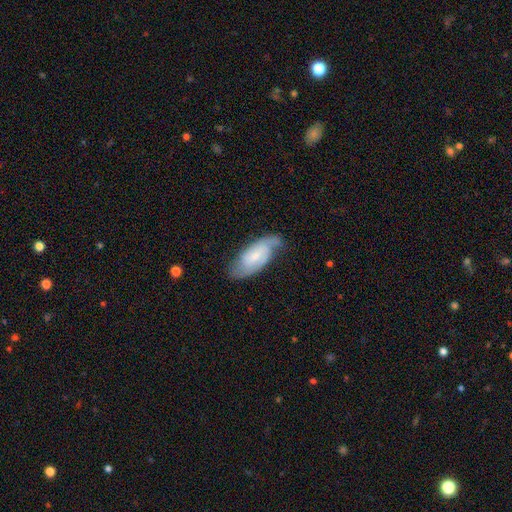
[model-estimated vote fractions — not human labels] A featured or disk galaxy (68%) with no bar (47%), 2 (71%) medium (45%) spiral arms (92%) and a small central bulge (57%).

Vote fractions:
- Smooth or featured? featured or disk: 68% / smooth: 26% / star or artifact: 6%
- Edge-on disk? no: 93% / yes: 7%
- Bar? no: 47% / weak: 43% / strong: 10%
- Spiral arms? yes: 92% / no: 8%
- Spiral winding? medium: 45% / tight: 36% / loose: 19%
- Spiral arm count? 2: 71% / can't tell: 15% / 1: 6% / 3: 5% / 4: 1% / more than 4: 1%
- Bulge size? small: 57% / moderate: 31% / none: 7% / large: 3% / dominant: 1%
- Merging? none: 64% / minor disturbance: 25% / major disturbance: 9% / merger: 2%